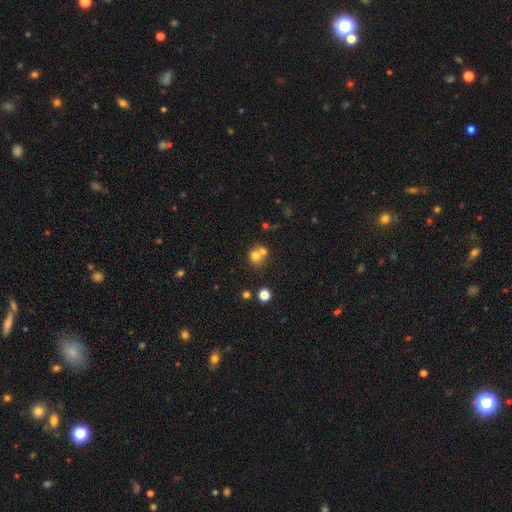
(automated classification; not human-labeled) smooth 70%, featured or disk 15%, star or artifact 15%. Down the decision tree: how rounded — round (82%); merging — merger (49%).